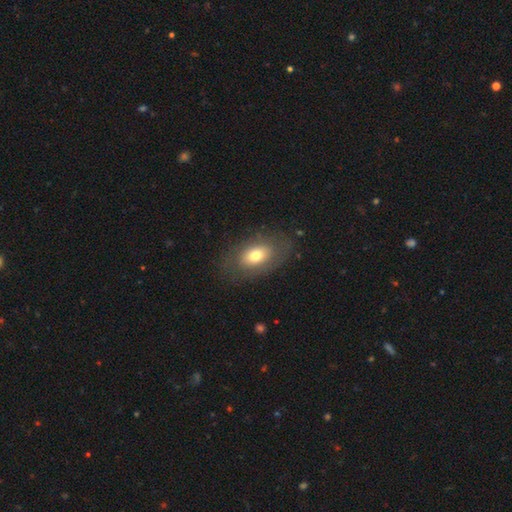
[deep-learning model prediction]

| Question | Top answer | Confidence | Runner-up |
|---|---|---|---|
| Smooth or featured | smooth | 66% | featured or disk (26%) |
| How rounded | in between | 86% | round (12%) |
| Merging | none | 78% | minor disturbance (14%) |